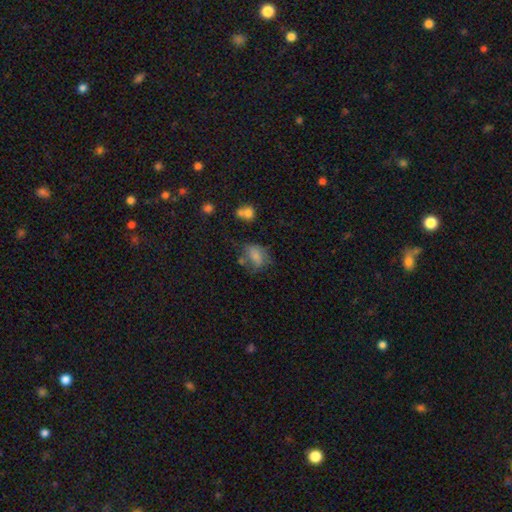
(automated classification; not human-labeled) Smooth or featured: smooth — 64% (featured or disk — 25%)
How rounded: in between — 69% (round — 29%)
Merging: none — 40% (minor disturbance — 27%)